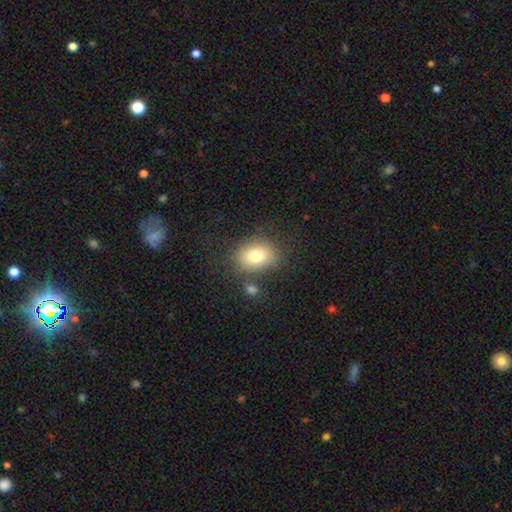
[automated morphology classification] Smooth or featured? Predicted: smooth (p=0.79). How rounded? Predicted: in between (p=0.63). Merging? Predicted: none (p=0.74).